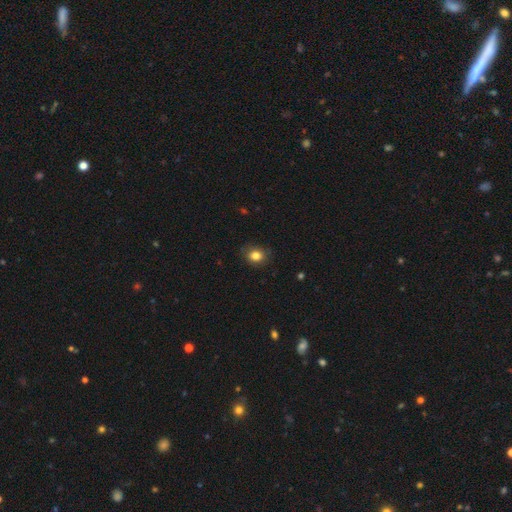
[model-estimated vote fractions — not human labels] Smooth or featured?
  - smooth: 83% *
  - star or artifact: 11%
  - featured or disk: 6%
How rounded?
  - round: 61% *
  - in between: 38%
  - cigar-shaped: 1%
Merging?
  - none: 84% *
  - minor disturbance: 13%
  - major disturbance: 3%
  - merger: 1%